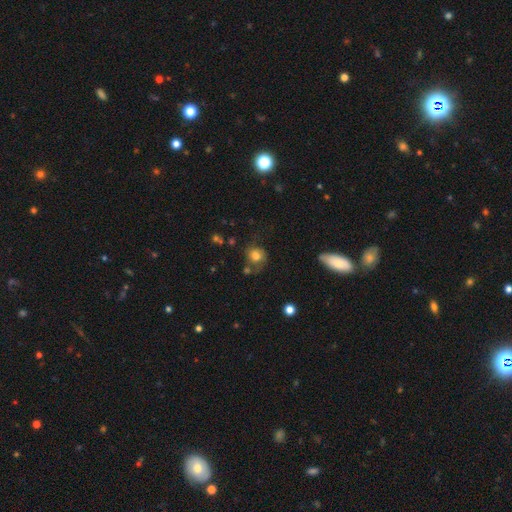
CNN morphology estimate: Smooth or featured: smooth — 73% (featured or disk — 16%)
How rounded: round — 77% (in between — 22%)
Merging: none — 54% (minor disturbance — 22%)